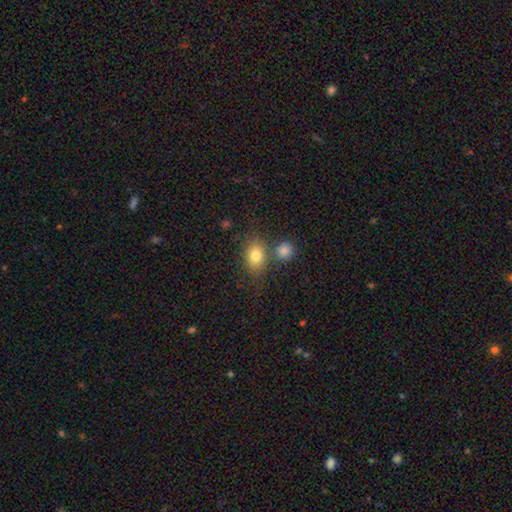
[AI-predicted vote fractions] The model was most divided on "merging": none: 63%, merger: 20%, minor disturbance: 13%, major disturbance: 4%. More confident: smooth or featured — smooth (79%); how rounded — in between (71%).